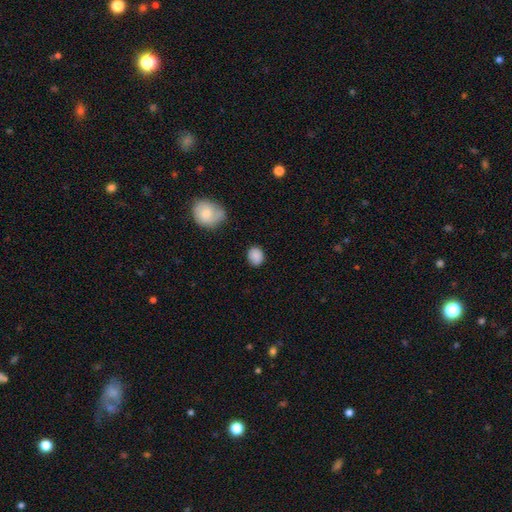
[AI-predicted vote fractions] Smooth or featured? Predicted: smooth (p=0.87). How rounded? Predicted: round (p=0.59). Merging? Predicted: none (p=0.82).